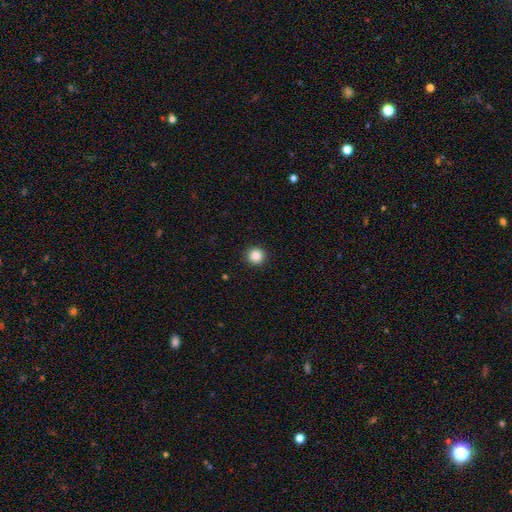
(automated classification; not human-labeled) smooth_or_featured: smooth (p=0.87) [alt: star or artifact p=0.10]
how_rounded: round (p=0.94) [alt: in between p=0.05]
merging: none (p=0.93) [alt: minor disturbance p=0.05]